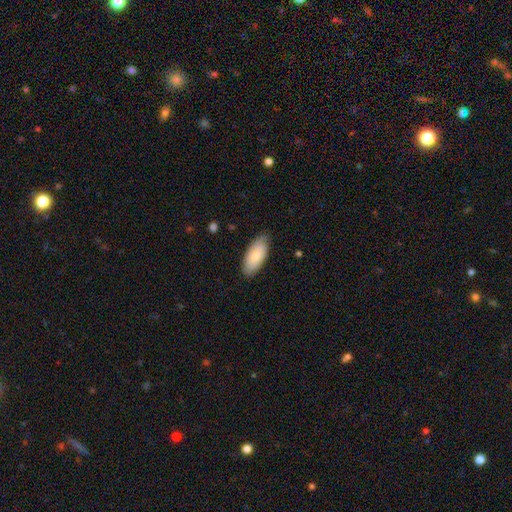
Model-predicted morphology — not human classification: This appears to be a smooth galaxy with no disk features (72%) that is in between round and cigar-shaped (91%). Merging: none (76%).